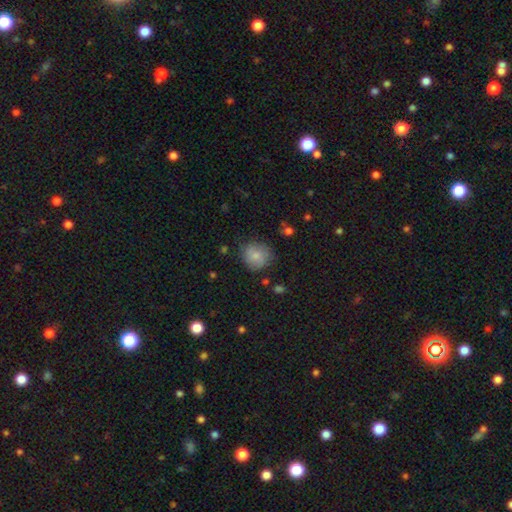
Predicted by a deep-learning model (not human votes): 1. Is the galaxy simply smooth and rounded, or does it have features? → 78% smooth, 13% featured or disk, 8% star or artifact.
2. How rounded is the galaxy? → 86% round, 13% in between, 1% cigar-shaped.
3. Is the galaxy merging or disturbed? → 71% none, 21% minor disturbance, 6% major disturbance, 2% merger.